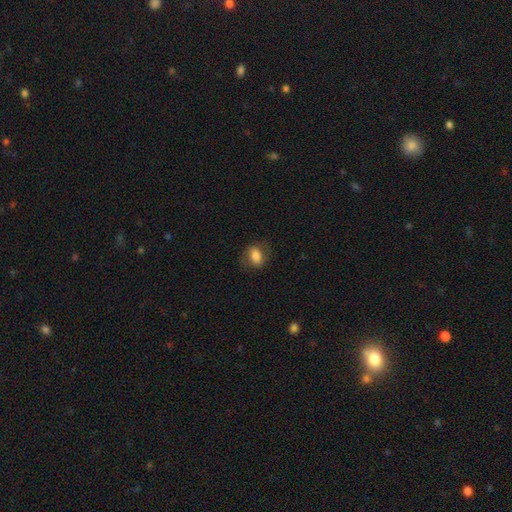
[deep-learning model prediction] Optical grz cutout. It shows a smooth galaxy with no disk features (74%) that is in between round and cigar-shaped (67%). Merging: none (75%).